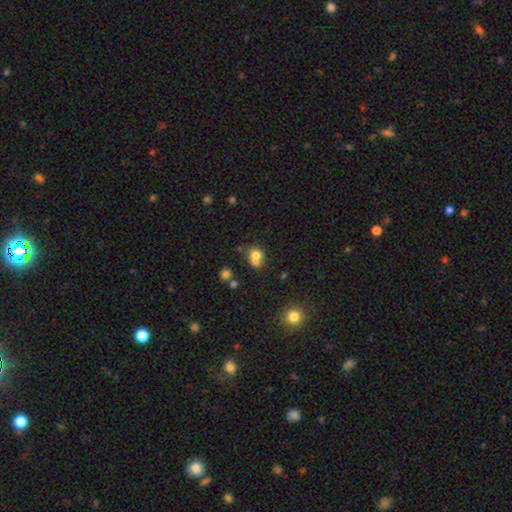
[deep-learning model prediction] Smooth or featured? smooth (74%)
How rounded? round (68%)
Merging? merger (43%)